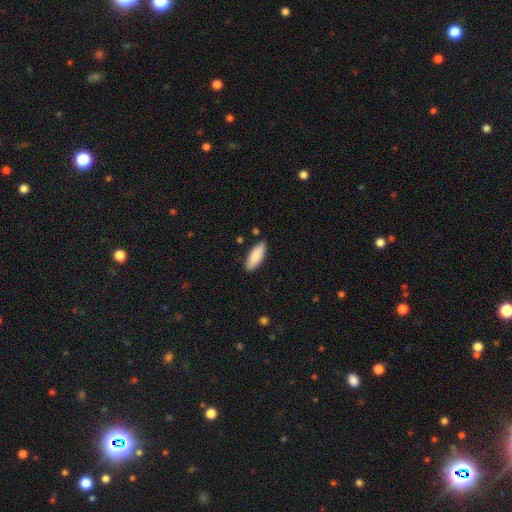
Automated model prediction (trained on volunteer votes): A smooth galaxy with no disk features (88%) that is in between round and cigar-shaped (74%).

Vote fractions:
- Smooth or featured? smooth: 88% / featured or disk: 6% / star or artifact: 6%
- How rounded? in between: 74% / cigar-shaped: 24% / round: 2%
- Merging? none: 86% / minor disturbance: 10% / major disturbance: 2% / merger: 2%